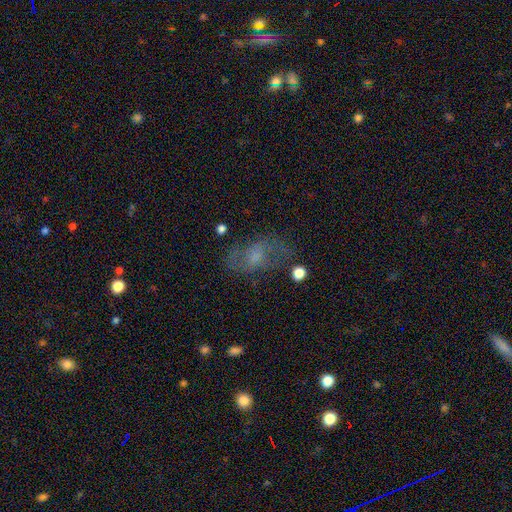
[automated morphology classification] Overall: featured or disk (52%; smooth 33%). Edge-on disk: no (94%). Merging: none (57%; minor disturbance 20%).